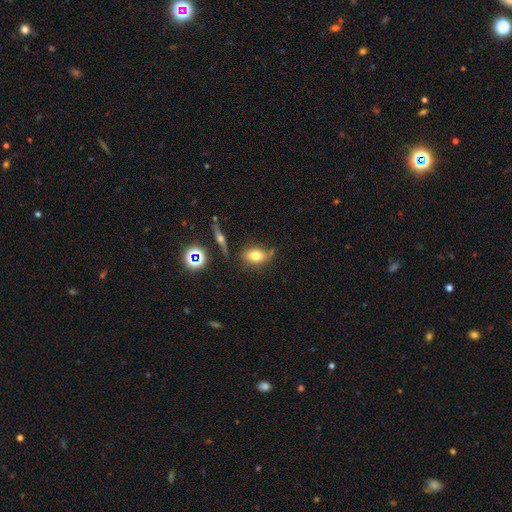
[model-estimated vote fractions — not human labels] Q: Smooth or featured?
A: smooth (71%); runner-up: featured or disk (16%)
Q: How rounded?
A: in between (76%); runner-up: round (20%)
Q: Merging?
A: none (67%); runner-up: minor disturbance (20%)